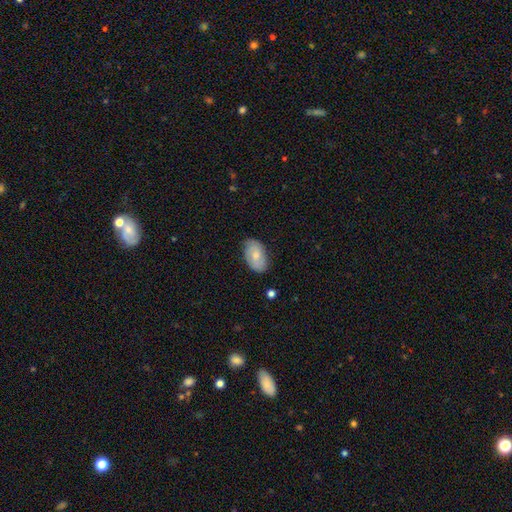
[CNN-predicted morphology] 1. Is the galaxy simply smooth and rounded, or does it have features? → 65% smooth, 29% featured or disk, 6% star or artifact.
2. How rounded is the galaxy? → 92% in between, 6% round, 2% cigar-shaped.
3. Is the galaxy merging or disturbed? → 76% none, 19% minor disturbance, 3% major disturbance, 1% merger.